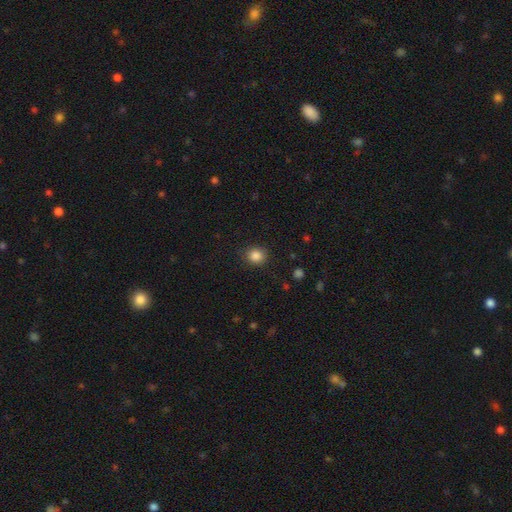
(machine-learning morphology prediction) type=smooth (86%); roundness=round (84%); merging=none (88%).